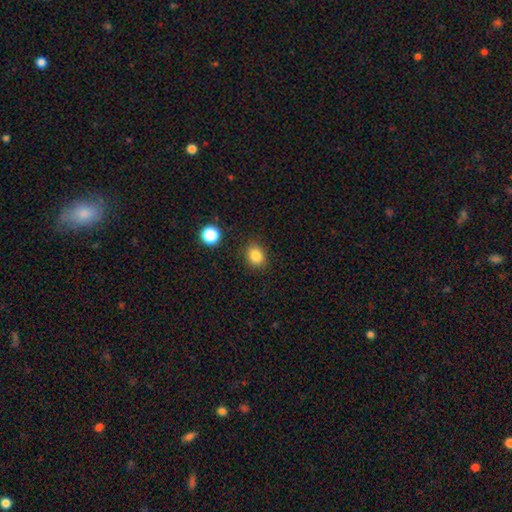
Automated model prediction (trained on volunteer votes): This appears to be a smooth galaxy with no disk features (83%) that is round (62%). Merging: none (85%).